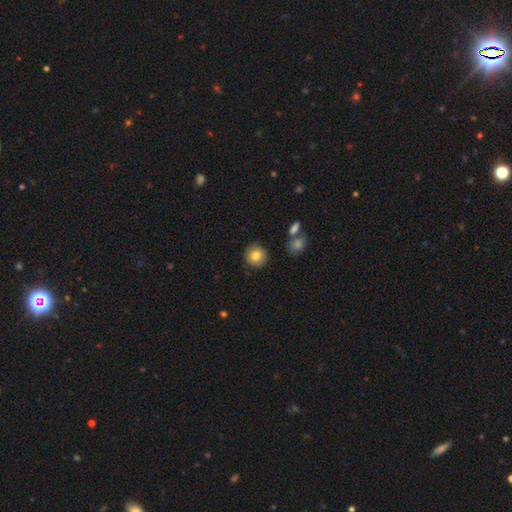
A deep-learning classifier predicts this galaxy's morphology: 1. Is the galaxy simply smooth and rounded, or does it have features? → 82% smooth, 9% featured or disk, 9% star or artifact.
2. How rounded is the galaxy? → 92% round, 7% in between, 1% cigar-shaped.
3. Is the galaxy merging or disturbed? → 89% none, 7% minor disturbance, 3% merger, 2% major disturbance.